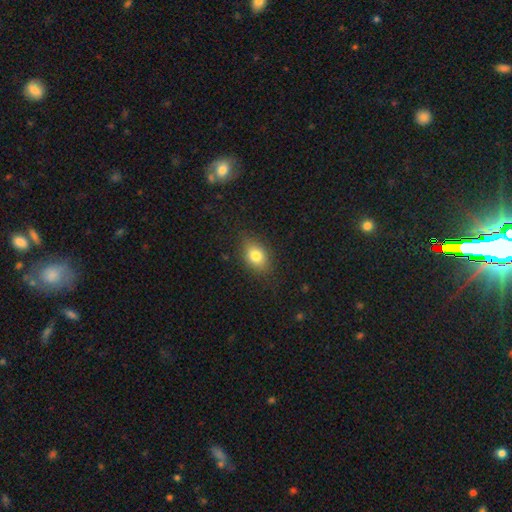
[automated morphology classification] This is likely a smooth galaxy (79%). How rounded: likely in between (75%). Merging: clearly none (81%).